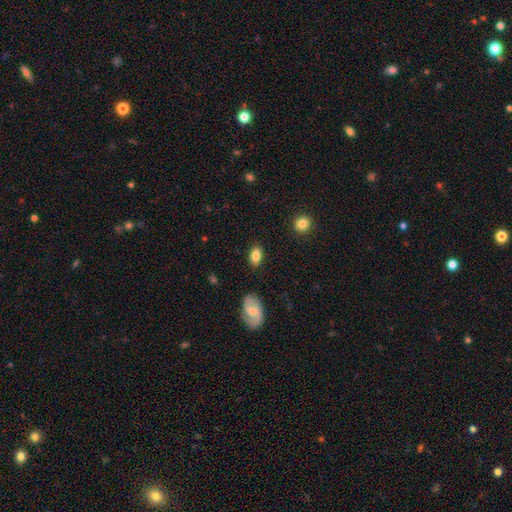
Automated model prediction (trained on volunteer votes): This is clearly a smooth galaxy (82%). How rounded: clearly in between (91%). Merging: clearly none (86%).